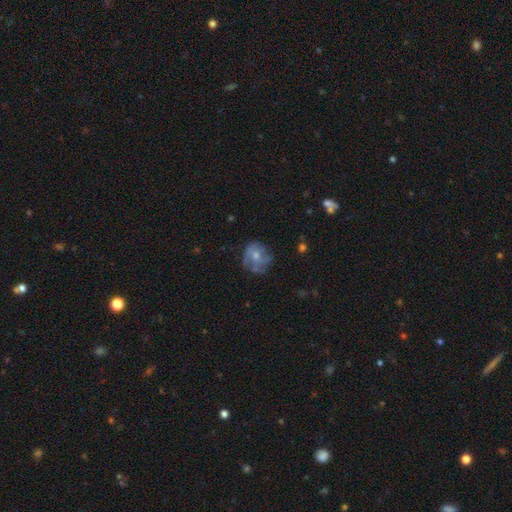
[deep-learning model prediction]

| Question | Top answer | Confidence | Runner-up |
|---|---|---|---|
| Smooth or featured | featured or disk | 51% | smooth (40%) |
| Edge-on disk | no | 98% | yes (2%) |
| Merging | none | 62% | minor disturbance (23%) |